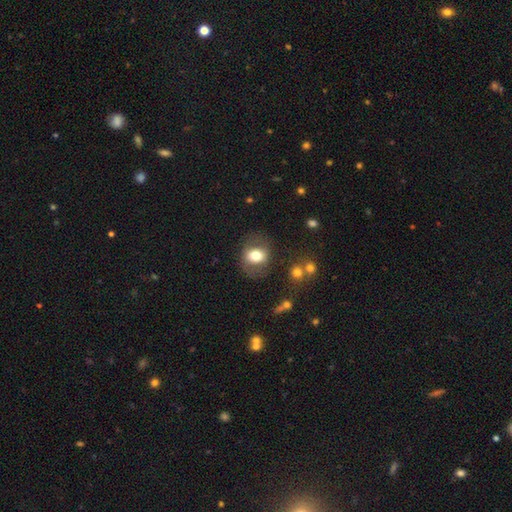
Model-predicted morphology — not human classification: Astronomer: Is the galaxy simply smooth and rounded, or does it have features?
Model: smooth — 66%.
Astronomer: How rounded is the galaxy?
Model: round — 52% (runner-up: in between, 47%).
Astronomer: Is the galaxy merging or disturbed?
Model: none — 74%.